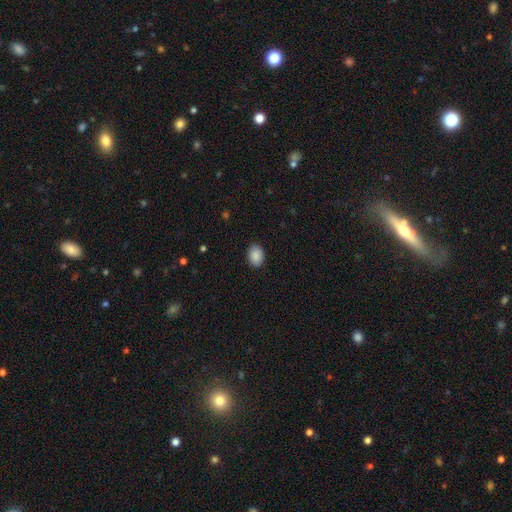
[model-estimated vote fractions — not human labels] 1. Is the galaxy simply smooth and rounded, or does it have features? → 90% smooth, 7% star or artifact, 3% featured or disk.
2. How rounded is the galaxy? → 69% in between, 30% round, 1% cigar-shaped.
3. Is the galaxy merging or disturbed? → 89% none, 8% minor disturbance, 2% major disturbance, 1% merger.